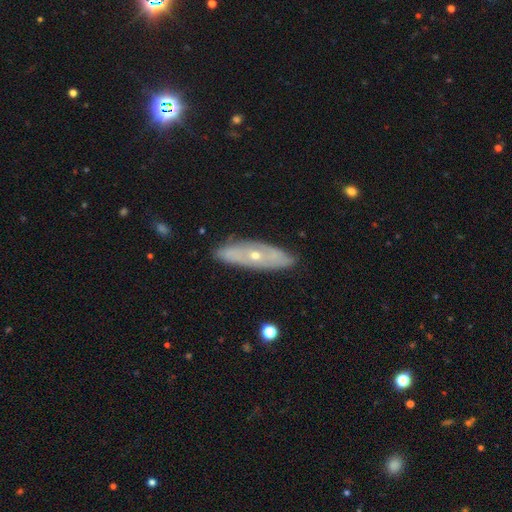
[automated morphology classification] smooth-or-featured: featured or disk: 65% | smooth: 27% | star or artifact: 7%
  disk-edge-on: no: 66% | yes: 34%
  merging: none: 85% | minor disturbance: 12% | major disturbance: 2% | merger: 1%